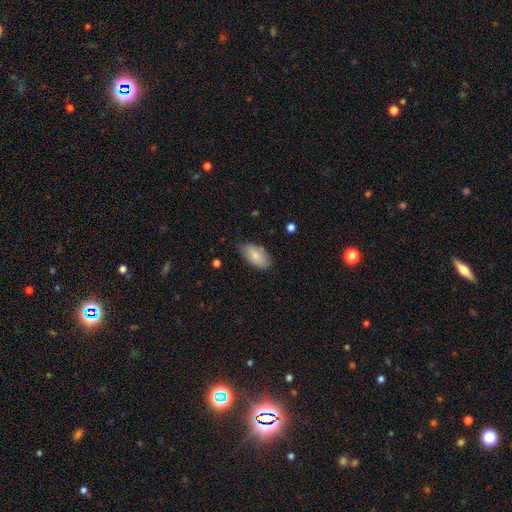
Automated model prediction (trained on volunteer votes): Smooth or featured? Predicted: smooth (p=0.81). How rounded? Predicted: in between (p=0.93). Merging? Predicted: none (p=0.79).